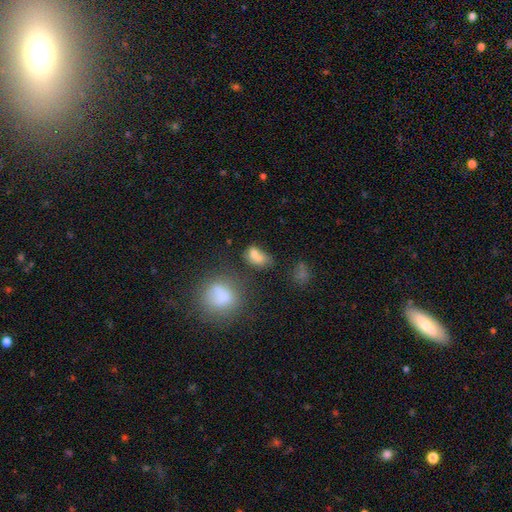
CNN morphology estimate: Smooth or featured: smooth — 70% (featured or disk — 15%)
How rounded: in between — 63% (round — 35%)
Merging: merger — 48% (none — 31%)